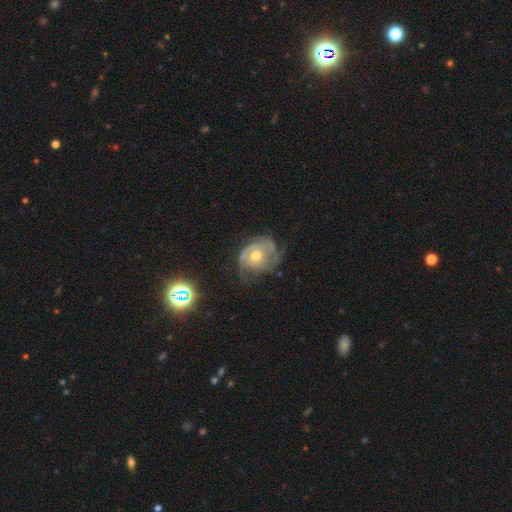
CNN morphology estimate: Smooth or featured? featured or disk (74%)
Edge-on disk? no (97%)
Bar? no (81%)
Spiral arms? yes (82%)
Spiral winding? tight (56%)
Spiral arm count? can't tell (39%)
Bulge size? moderate (71%)
Merging? none (49%)